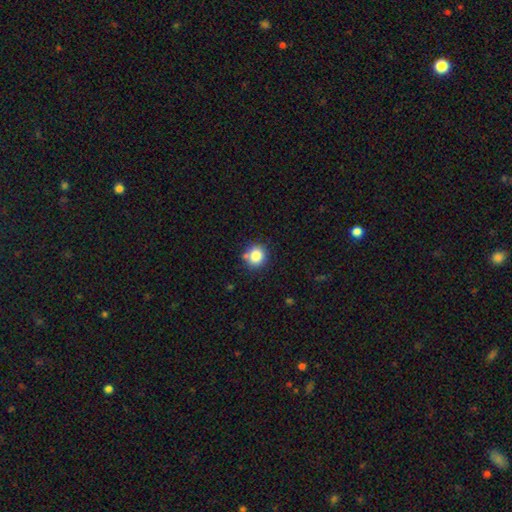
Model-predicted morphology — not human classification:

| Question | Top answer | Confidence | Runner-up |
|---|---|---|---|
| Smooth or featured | smooth | 84% | star or artifact (10%) |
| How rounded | round | 86% | in between (13%) |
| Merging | none | 77% | minor disturbance (11%) |